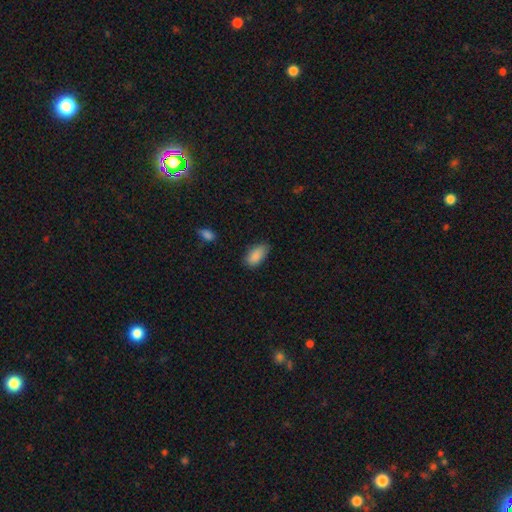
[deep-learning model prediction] Smooth or featured: smooth — 89% (star or artifact — 7%)
How rounded: in between — 93% (cigar-shaped — 4%)
Merging: none — 73% (minor disturbance — 22%)